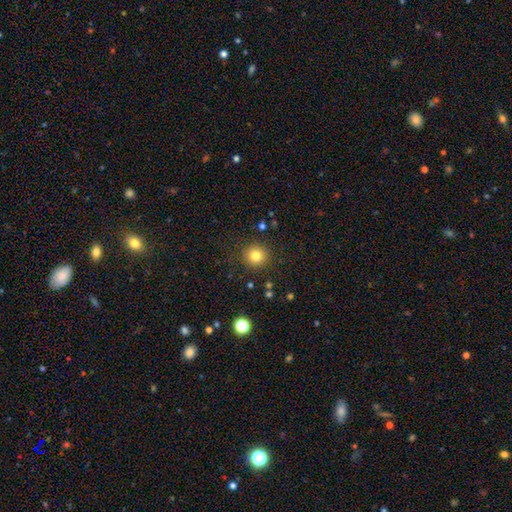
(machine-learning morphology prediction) Smooth or featured? smooth (80%)
How rounded? round (93%)
Merging? none (89%)